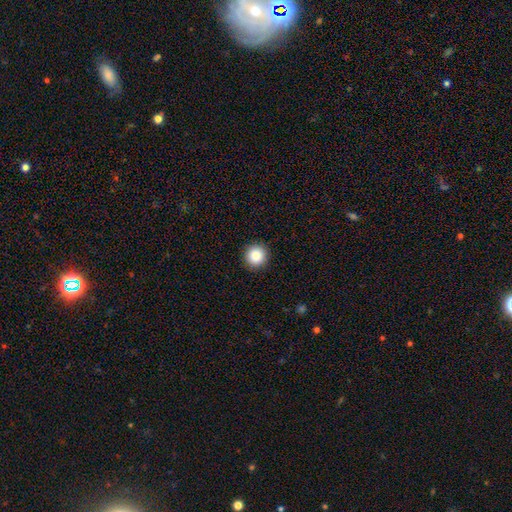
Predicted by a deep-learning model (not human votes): smooth-or-featured: smooth: 87% | star or artifact: 9% | featured or disk: 4%
  how-rounded: round: 95% | in between: 4% | cigar-shaped: 1%
  merging: none: 92% | minor disturbance: 5% | major disturbance: 2% | merger: 1%